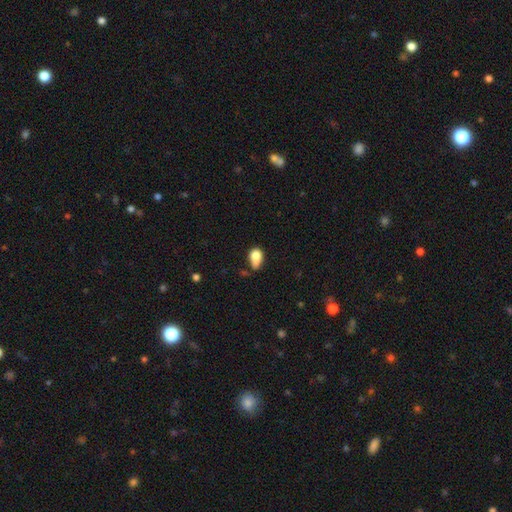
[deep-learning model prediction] smooth-or-featured: smooth: 79% | featured or disk: 12% | star or artifact: 9%
  how-rounded: in between: 76% | round: 21% | cigar-shaped: 3%
  merging: minor disturbance: 39% | none: 30% | major disturbance: 19% | merger: 12%